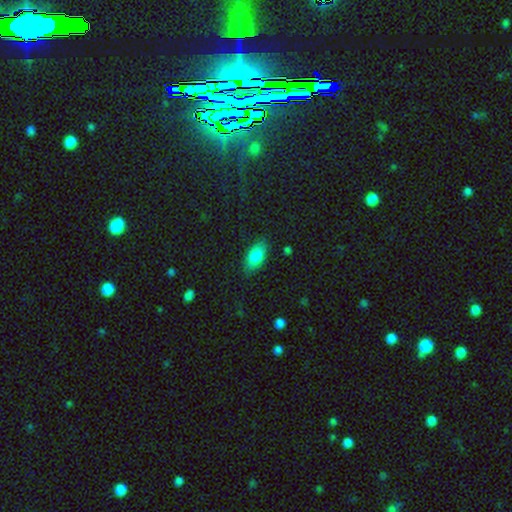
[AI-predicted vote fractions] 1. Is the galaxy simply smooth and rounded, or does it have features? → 81% smooth, 11% featured or disk, 8% star or artifact.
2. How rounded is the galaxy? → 88% in between, 7% cigar-shaped, 4% round.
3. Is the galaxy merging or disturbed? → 84% none, 12% minor disturbance, 3% major disturbance, 1% merger.